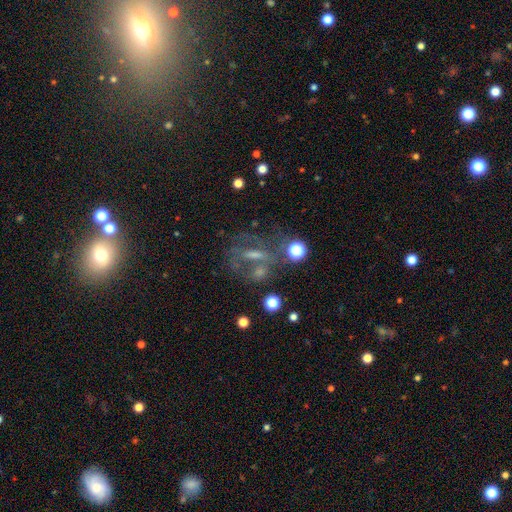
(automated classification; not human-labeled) This appears to be a featured or disk galaxy (53%). Merging: none (49%).